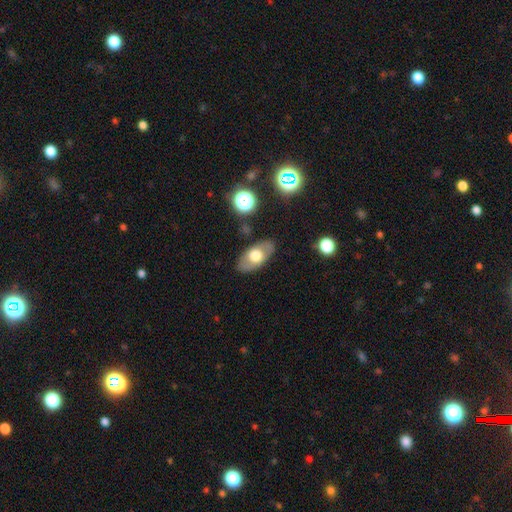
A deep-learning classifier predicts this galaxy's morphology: A smooth galaxy with no disk features (56%) that is in between round and cigar-shaped (89%). Merging: none (82%).